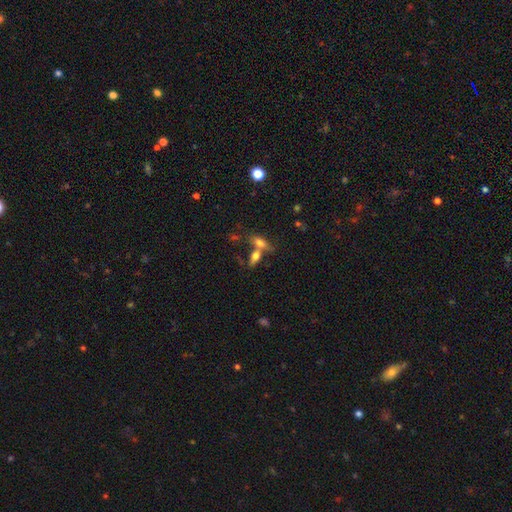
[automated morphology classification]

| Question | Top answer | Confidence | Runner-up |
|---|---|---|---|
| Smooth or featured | smooth | 66% | featured or disk (23%) |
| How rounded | in between | 73% | cigar-shaped (20%) |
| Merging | merger | 48% | none (38%) |